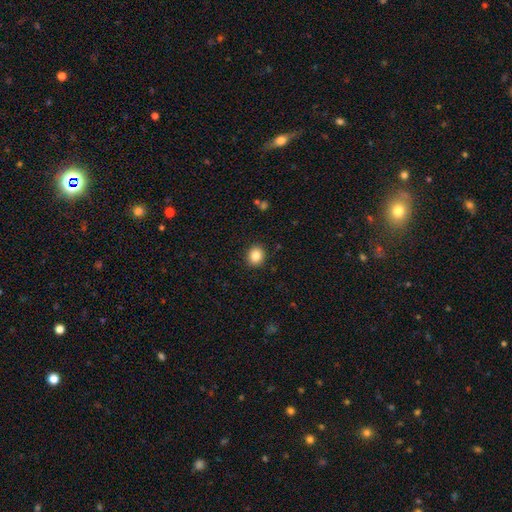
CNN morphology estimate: smooth_or_featured: smooth (p=0.84) [alt: star or artifact p=0.10]
how_rounded: round (p=0.77) [alt: in between p=0.22]
merging: none (p=0.91) [alt: minor disturbance p=0.06]